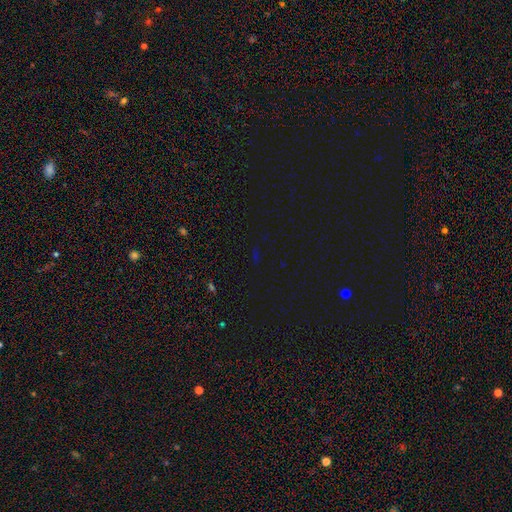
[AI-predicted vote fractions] Overall: star or artifact (73%).